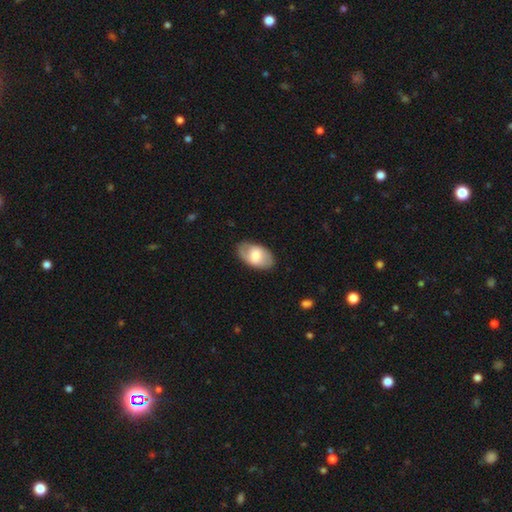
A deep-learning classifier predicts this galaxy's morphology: smooth-or-featured: smooth: 59% | featured or disk: 35% | star or artifact: 6%
  how-rounded: in between: 93% | round: 5% | cigar-shaped: 1%
  merging: none: 82% | minor disturbance: 13% | major disturbance: 4% | merger: 1%